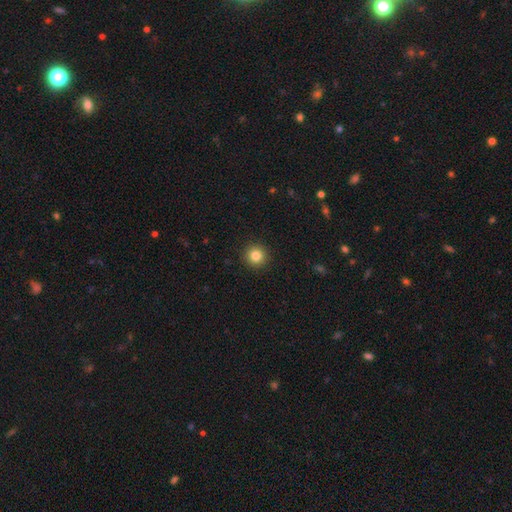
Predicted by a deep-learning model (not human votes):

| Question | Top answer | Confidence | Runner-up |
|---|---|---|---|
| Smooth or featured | smooth | 84% | star or artifact (11%) |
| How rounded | round | 95% | in between (4%) |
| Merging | none | 93% | minor disturbance (4%) |